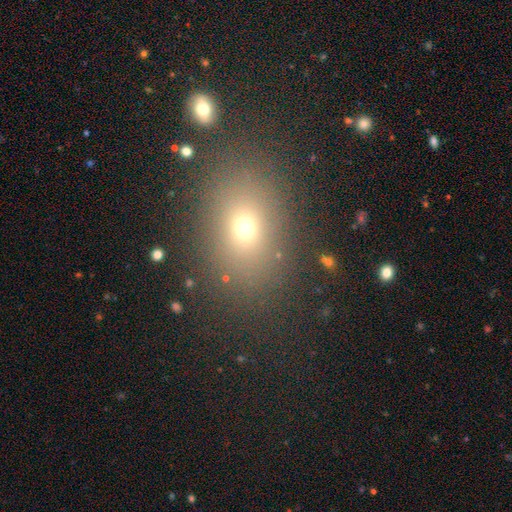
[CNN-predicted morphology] Smooth or featured? smooth (64%)
How rounded? in between (61%)
Merging? none (84%)